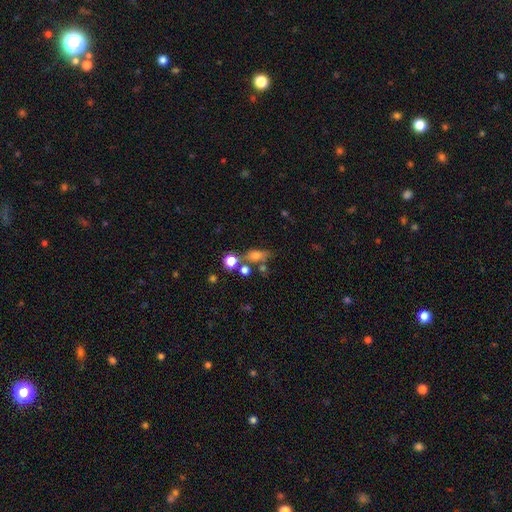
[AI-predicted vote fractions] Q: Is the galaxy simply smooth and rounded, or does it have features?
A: smooth — 64%.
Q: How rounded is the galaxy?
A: in between — 60%.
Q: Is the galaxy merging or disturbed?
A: none — 54%.